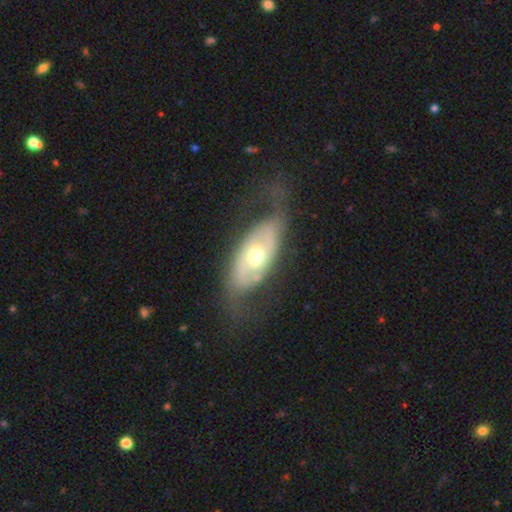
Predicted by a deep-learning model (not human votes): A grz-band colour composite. It shows a featured or disk galaxy (64%) with no bar (71%), spiral arms (55%) and a moderate central bulge (72%). Merging: none (56%).